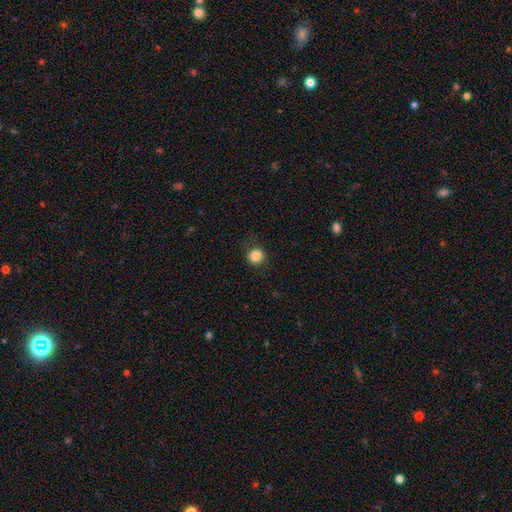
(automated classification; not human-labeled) Smooth or featured?
  - smooth: 83% *
  - star or artifact: 11%
  - featured or disk: 6%
How rounded?
  - round: 92% *
  - in between: 7%
  - cigar-shaped: 1%
Merging?
  - none: 86% *
  - minor disturbance: 9%
  - major disturbance: 4%
  - merger: 1%